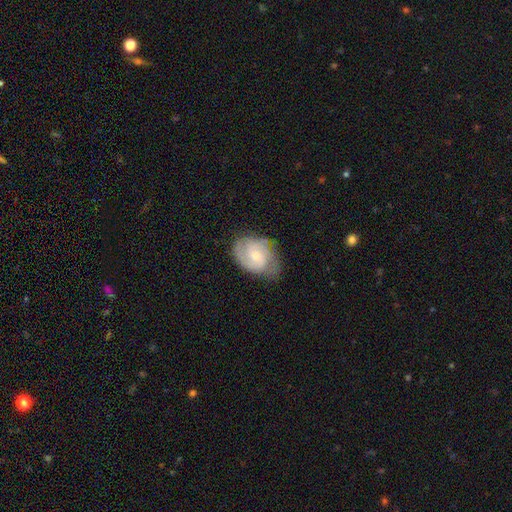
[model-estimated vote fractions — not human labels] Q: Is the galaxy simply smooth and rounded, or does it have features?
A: featured or disk — 72%.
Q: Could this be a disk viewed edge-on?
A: no — 97%.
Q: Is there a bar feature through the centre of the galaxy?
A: no — 57%.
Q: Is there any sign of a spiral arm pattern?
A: yes — 91%.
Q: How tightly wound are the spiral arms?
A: tight — 46%.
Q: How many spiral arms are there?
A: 2 — 53%.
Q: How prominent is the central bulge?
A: small — 49%.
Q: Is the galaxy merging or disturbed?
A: none — 62%.